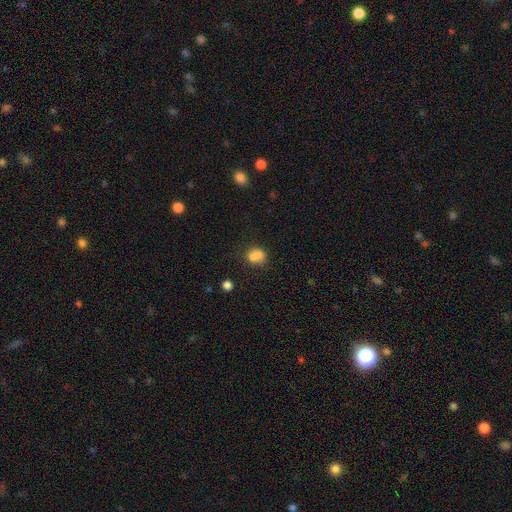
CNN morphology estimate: Overall: smooth (79%). How rounded: round (50%; in between 49%). Merging: none (49%; merger 23%).